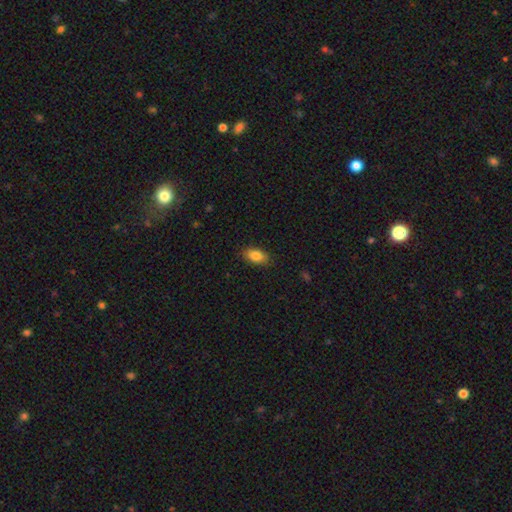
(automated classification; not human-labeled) Overall: smooth (86%). How rounded: in between (90%). Merging: none (86%).